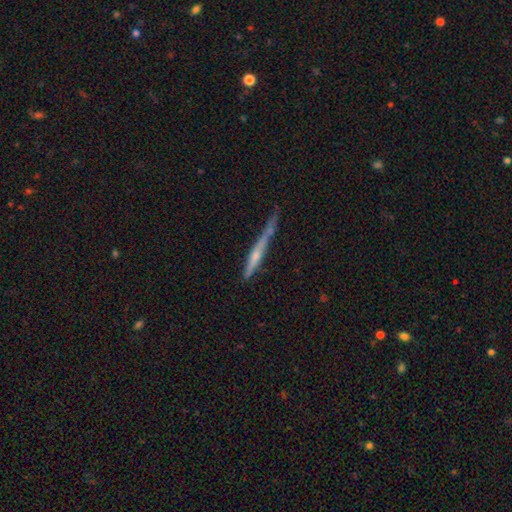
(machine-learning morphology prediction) Smooth or featured: featured or disk — 55% (smooth — 38%)
Edge-on disk: yes — 95% (no — 5%)
Edge-on bulge: rounded — 55% (none — 37%)
Merging: none — 59% (minor disturbance — 24%)